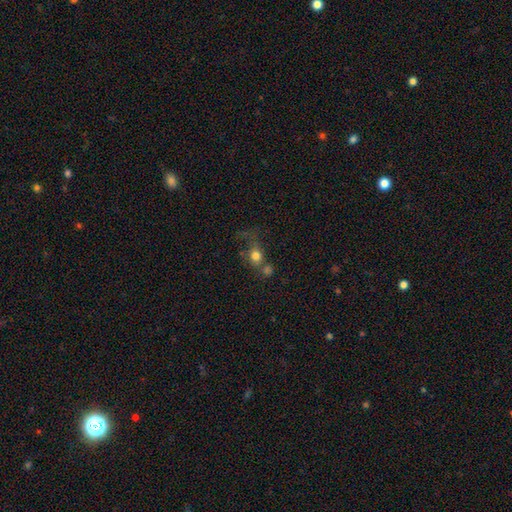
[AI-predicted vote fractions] This is likely a smooth galaxy (73%). How rounded: likely round (69%). Merging: marginally merger (37%).